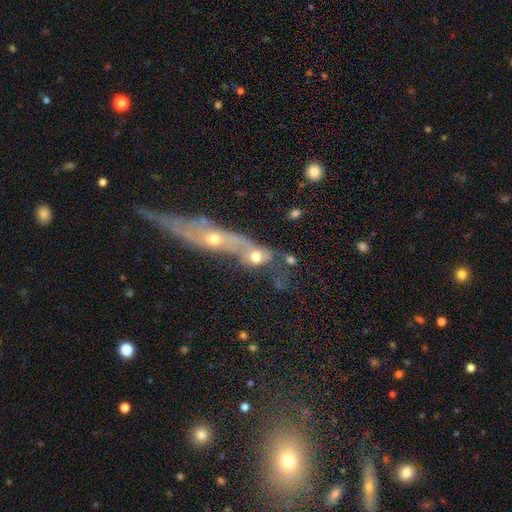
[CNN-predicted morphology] Smooth or featured? Predicted: smooth (p=0.51). How rounded? Predicted: in between (p=0.58). Merging? Predicted: merger (p=0.69).